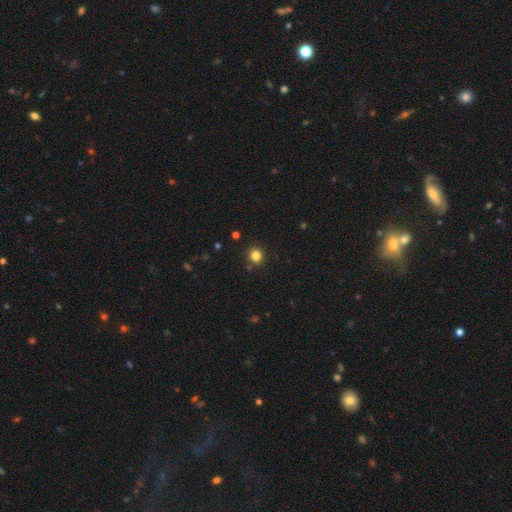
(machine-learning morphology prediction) smooth-or-featured: smooth: 82% | star or artifact: 14% | featured or disk: 5%
  how-rounded: round: 83% | in between: 16% | cigar-shaped: 1%
  merging: none: 87% | minor disturbance: 8% | merger: 3% | major disturbance: 2%